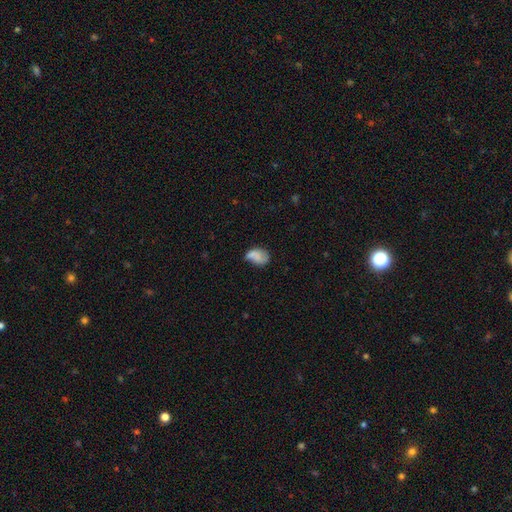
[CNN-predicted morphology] type=smooth (68%); roundness=in between (79%); merging=none (37%).